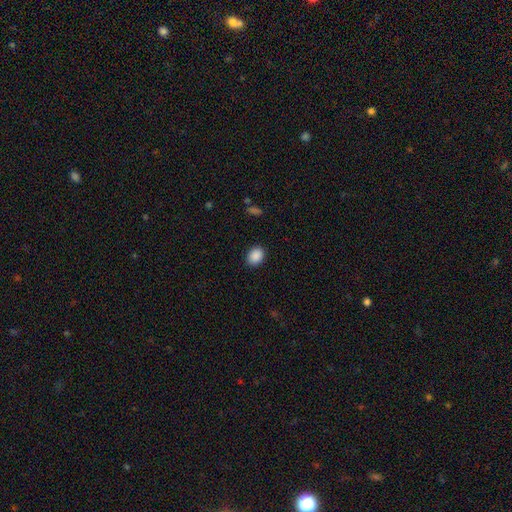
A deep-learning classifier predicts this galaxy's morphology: Smooth or featured? Predicted: smooth (p=0.89). How rounded? Predicted: in between (p=0.61). Merging? Predicted: none (p=0.89).